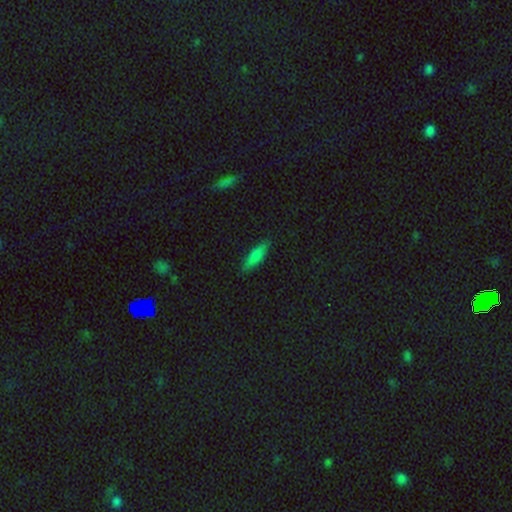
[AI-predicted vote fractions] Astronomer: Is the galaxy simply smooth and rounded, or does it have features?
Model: smooth — 78%.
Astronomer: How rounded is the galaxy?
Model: cigar-shaped — 51% (runner-up: in between, 47%).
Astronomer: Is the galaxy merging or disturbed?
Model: none — 84%.